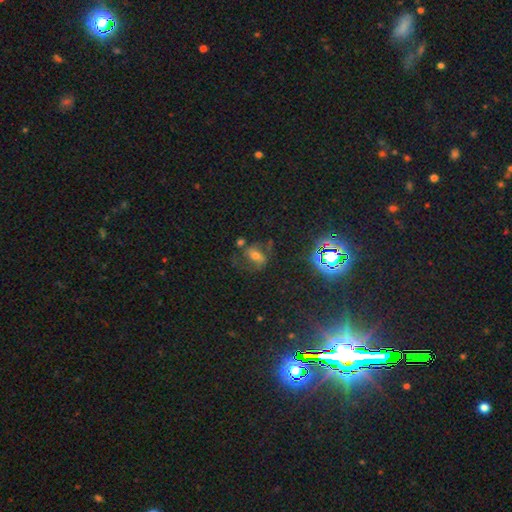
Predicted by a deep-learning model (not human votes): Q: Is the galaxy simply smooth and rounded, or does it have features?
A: featured or disk — 45%.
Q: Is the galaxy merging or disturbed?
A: none — 52%.